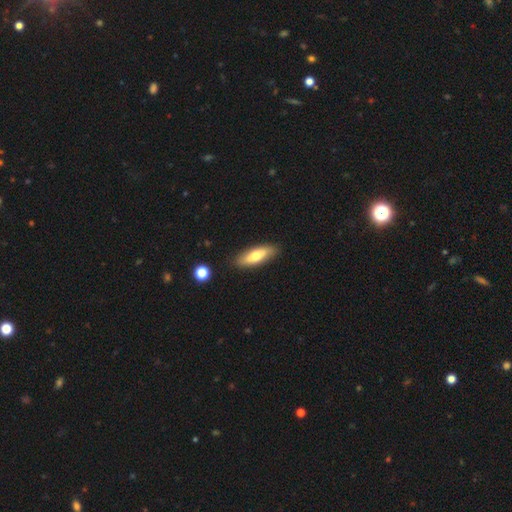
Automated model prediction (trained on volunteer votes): The model was most divided on "how rounded": in between: 56%, cigar-shaped: 41%, round: 2%. More confident: merging — none (87%); smooth or featured — smooth (63%).